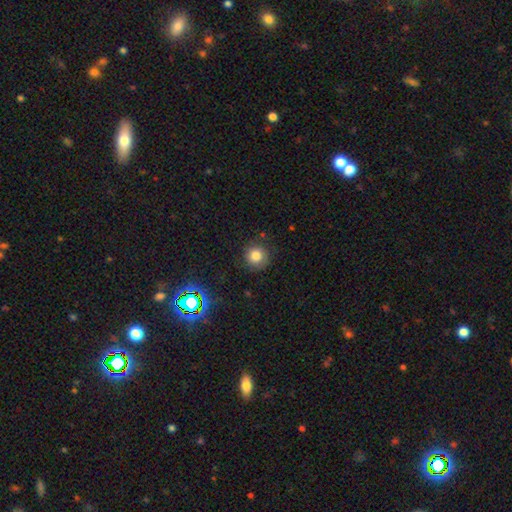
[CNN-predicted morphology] Q: Smooth or featured?
A: smooth (77%); runner-up: star or artifact (14%)
Q: How rounded?
A: round (94%); runner-up: in between (5%)
Q: Merging?
A: none (85%); runner-up: minor disturbance (10%)